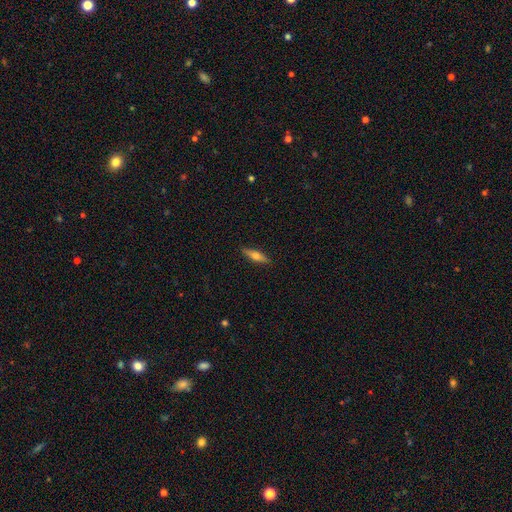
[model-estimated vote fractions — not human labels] A smooth galaxy with no disk features (57%) that is cigar-shaped (69%). Merging: none (88%).